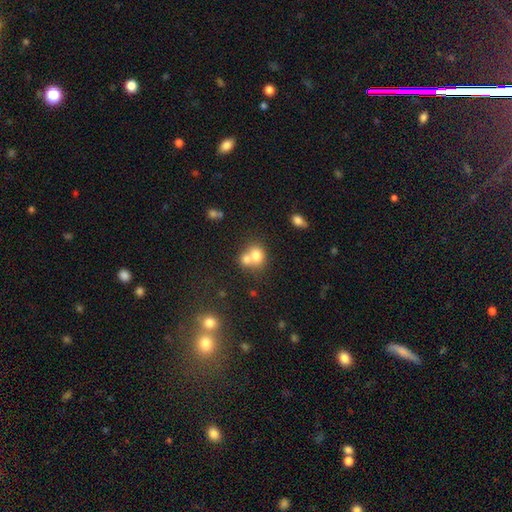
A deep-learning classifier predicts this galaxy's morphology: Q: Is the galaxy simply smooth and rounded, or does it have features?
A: smooth — 74%.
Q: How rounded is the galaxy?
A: round — 60%.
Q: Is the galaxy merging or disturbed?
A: merger — 59%.